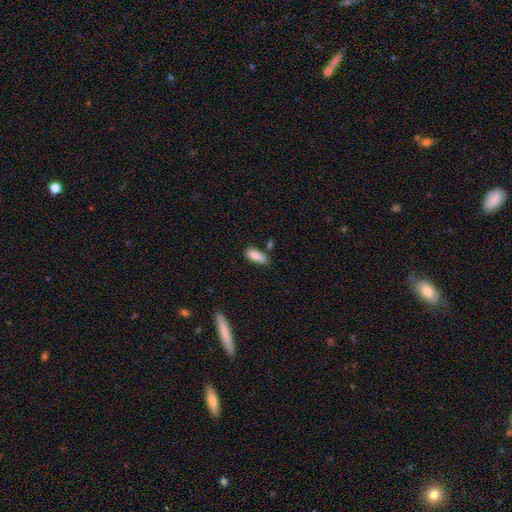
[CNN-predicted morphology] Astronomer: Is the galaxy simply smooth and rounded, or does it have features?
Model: smooth — 87%.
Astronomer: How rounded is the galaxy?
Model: in between — 80%.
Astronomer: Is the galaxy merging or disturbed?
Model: none — 62%.